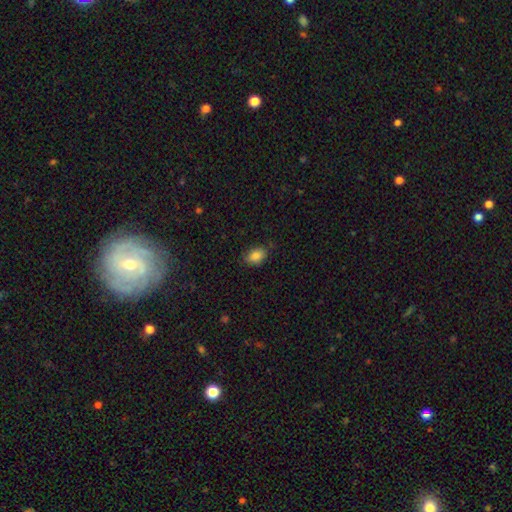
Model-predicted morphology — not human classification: smooth-or-featured: smooth: 86% | star or artifact: 9% | featured or disk: 6%
  how-rounded: in between: 79% | round: 20% | cigar-shaped: 1%
  merging: none: 77% | minor disturbance: 18% | major disturbance: 4% | merger: 1%